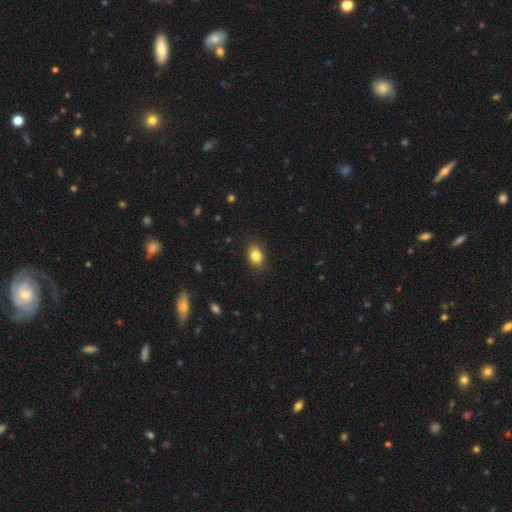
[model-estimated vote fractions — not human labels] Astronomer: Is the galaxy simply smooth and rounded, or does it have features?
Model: smooth — 84%.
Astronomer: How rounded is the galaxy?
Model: in between — 73%.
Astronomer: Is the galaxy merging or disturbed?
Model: none — 87%.